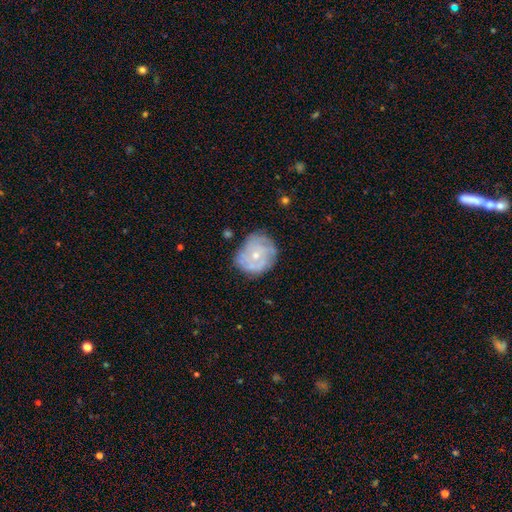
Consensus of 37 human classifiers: smooth_or_featured: featured or disk (p=0.73) [alt: smooth p=0.22]
disk_edge_on: no (p=1.00)
bar: no (p=0.85) [alt: weak p=0.15]
has_spiral_arms: yes (p=0.52) [alt: no p=0.48]
spiral_winding: tight (p=0.50) [alt: loose p=0.29]
spiral_arm_count: can't tell (p=0.71) [alt: 2 p=0.14]
bulge_size: small (p=0.67) [alt: moderate p=0.30]
merging: none (p=0.71) [alt: minor disturbance p=0.14]